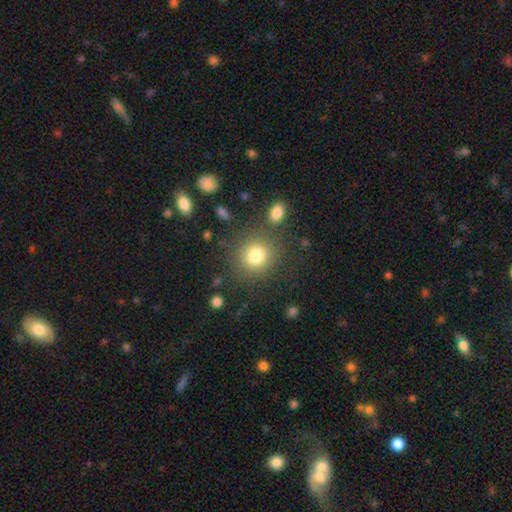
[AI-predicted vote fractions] The model was most divided on "smooth or featured": smooth: 79%, star or artifact: 13%, featured or disk: 9%. More confident: how rounded — round (86%); merging — none (79%).